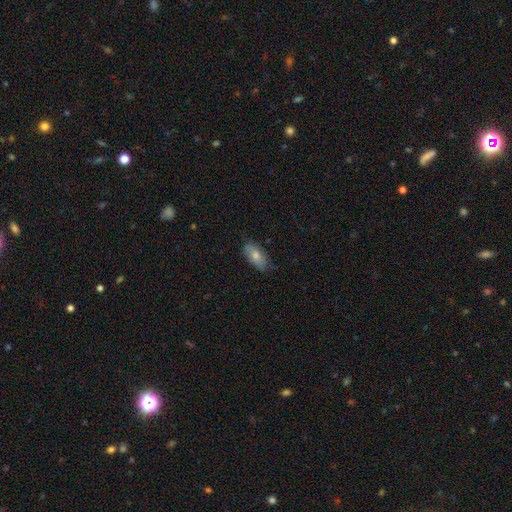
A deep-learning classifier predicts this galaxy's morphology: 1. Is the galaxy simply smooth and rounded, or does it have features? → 69% smooth, 25% featured or disk, 7% star or artifact.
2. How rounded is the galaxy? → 91% in between, 6% cigar-shaped, 4% round.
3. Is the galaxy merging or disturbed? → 73% none, 22% minor disturbance, 4% major disturbance, 1% merger.